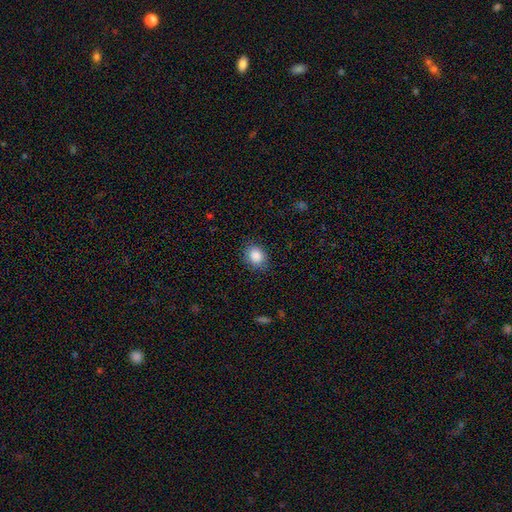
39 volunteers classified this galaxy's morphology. Overall: smooth (90%). How rounded: in between (57%; round 43%). Merging: none (83%).